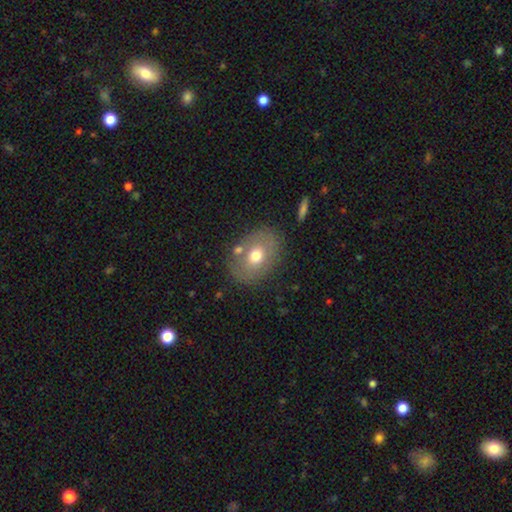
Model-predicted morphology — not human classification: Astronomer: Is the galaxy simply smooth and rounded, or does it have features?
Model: smooth — 61%.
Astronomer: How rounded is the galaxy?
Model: in between — 66%.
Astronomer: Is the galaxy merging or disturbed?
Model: none — 75%.